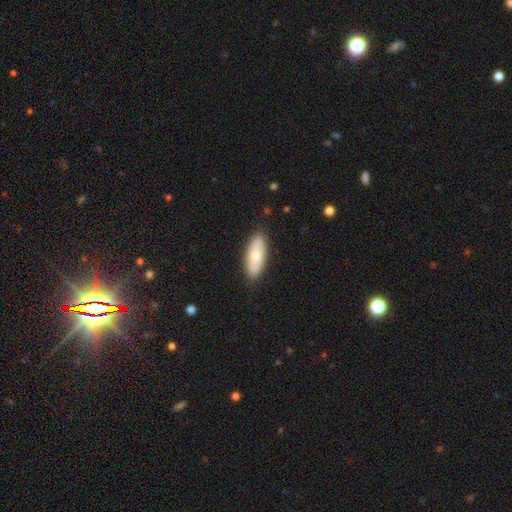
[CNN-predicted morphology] This appears to be a smooth galaxy with no disk features (72%) that is in between round and cigar-shaped (74%). Merging: none (87%).